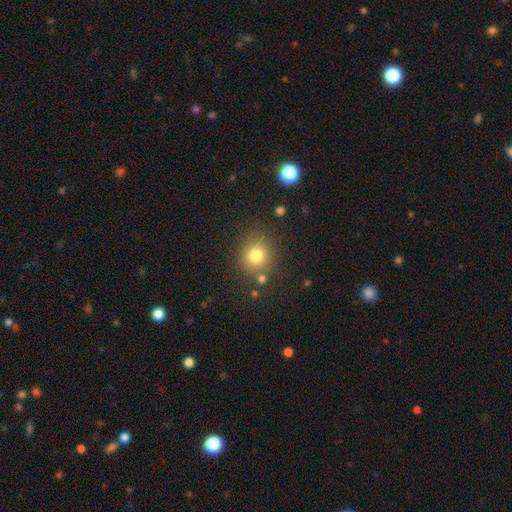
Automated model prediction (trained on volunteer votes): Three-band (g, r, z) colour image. It shows a smooth galaxy with no disk features (78%) that is round (86%). Merging: none (80%).